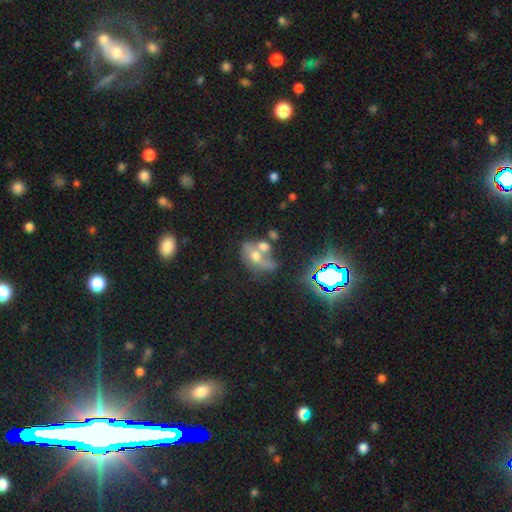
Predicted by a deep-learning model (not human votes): Overall: smooth (43%; featured or disk 34%). Merging: merger (54%; none 23%).